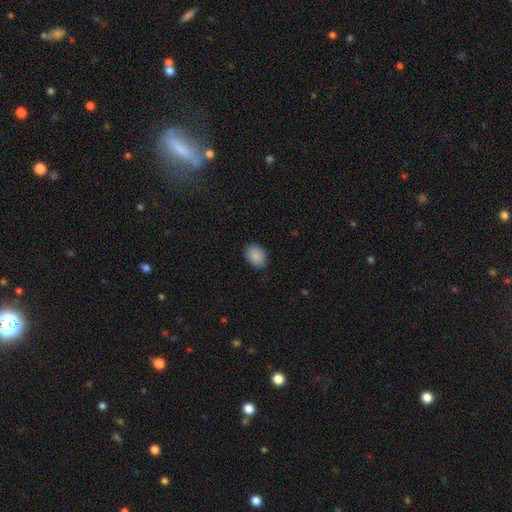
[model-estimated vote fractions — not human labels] smooth 89%, star or artifact 7%, featured or disk 3%. Down the decision tree: how rounded — in between (69%); merging — none (86%).